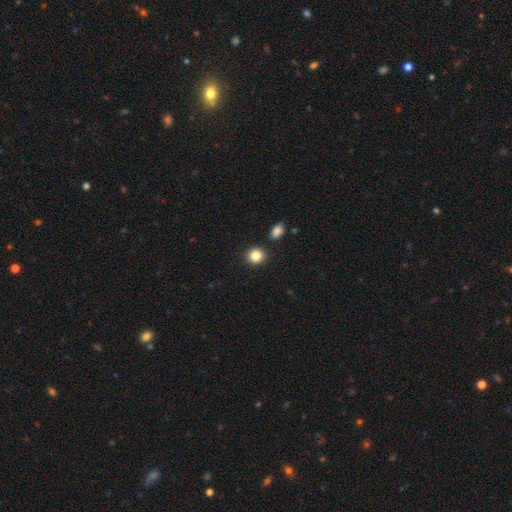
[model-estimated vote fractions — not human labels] This is clearly a smooth galaxy (86%). How rounded: clearly round (83%). Merging: clearly none (87%).